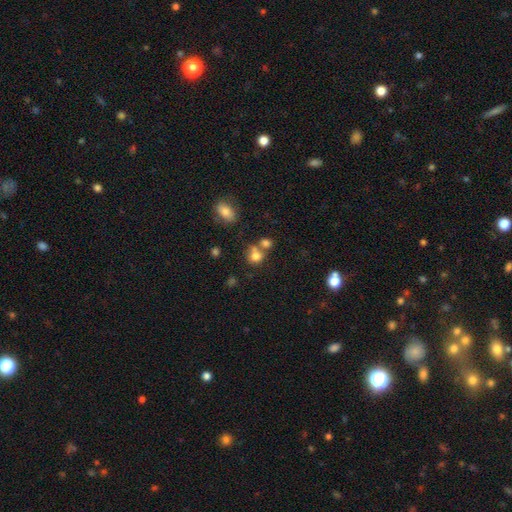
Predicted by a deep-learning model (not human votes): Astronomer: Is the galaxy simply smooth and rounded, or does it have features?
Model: smooth — 75%.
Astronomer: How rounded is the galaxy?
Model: round — 68%.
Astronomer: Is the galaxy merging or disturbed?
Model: merger — 44% (runner-up: none, 41%).